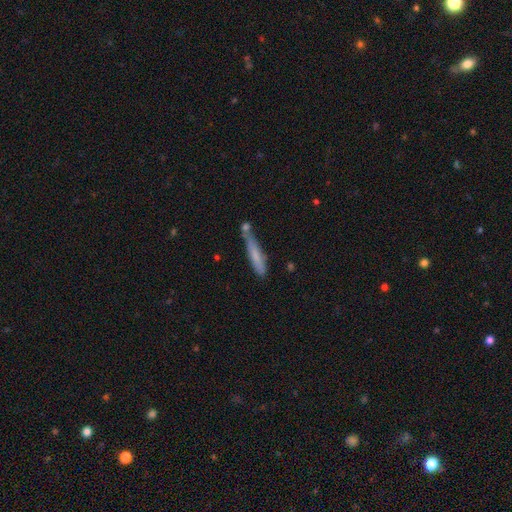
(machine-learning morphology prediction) A smooth galaxy with no disk features (64%) that is cigar-shaped (90%).

Vote fractions:
- Smooth or featured? smooth: 64% / featured or disk: 29% / star or artifact: 7%
- How rounded? cigar-shaped: 90% / in between: 9% / round: 1%
- Merging? none: 51% / minor disturbance: 21% / merger: 21% / major disturbance: 7%